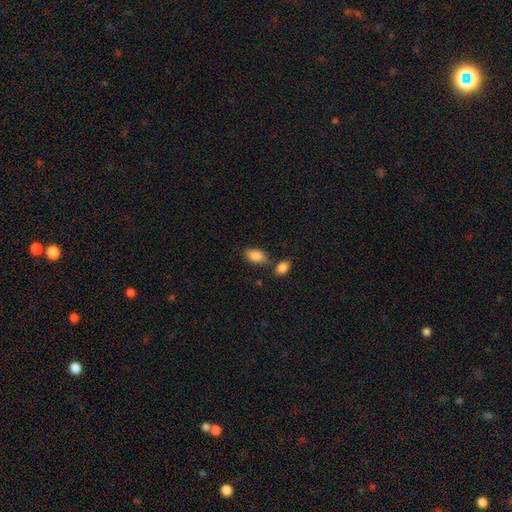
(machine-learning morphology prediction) Smooth or featured? smooth (87%)
How rounded? in between (90%)
Merging? none (67%)